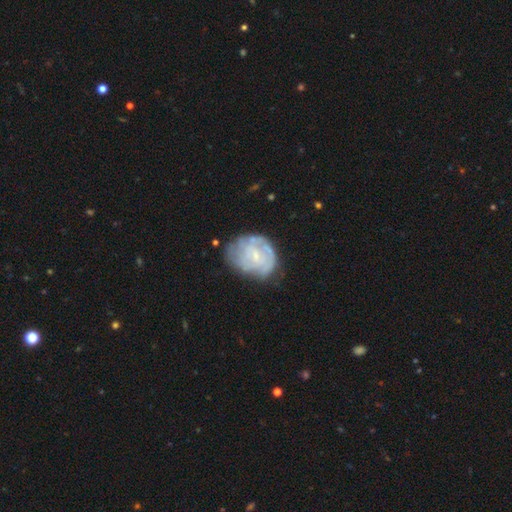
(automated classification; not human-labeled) The model was most divided on "spiral arms": yes: 59%, no: 41%. More confident: edge-on disk — no (98%); bulge size — small (64%); bar — no (63%); smooth or featured — featured or disk (63%); merging — none (56%).